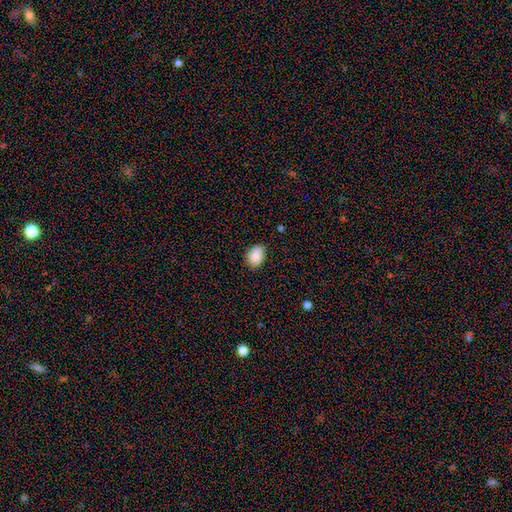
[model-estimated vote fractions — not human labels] Morphology: type=smooth (88%); roundness=in between (75%); merging=none (81%).